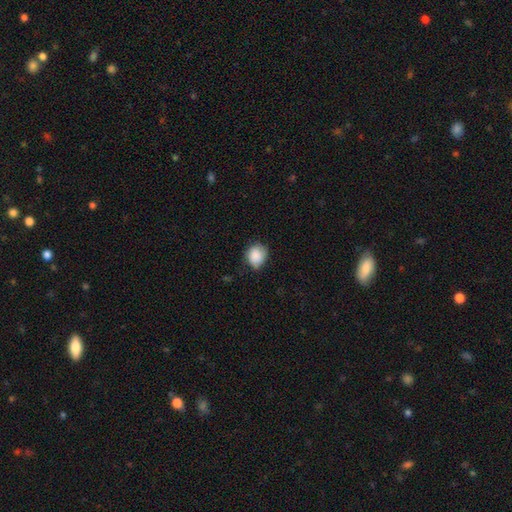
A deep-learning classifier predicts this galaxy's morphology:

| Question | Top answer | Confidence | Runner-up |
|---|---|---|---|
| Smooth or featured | smooth | 86% | star or artifact (8%) |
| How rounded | round | 66% | in between (33%) |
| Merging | none | 63% | minor disturbance (31%) |